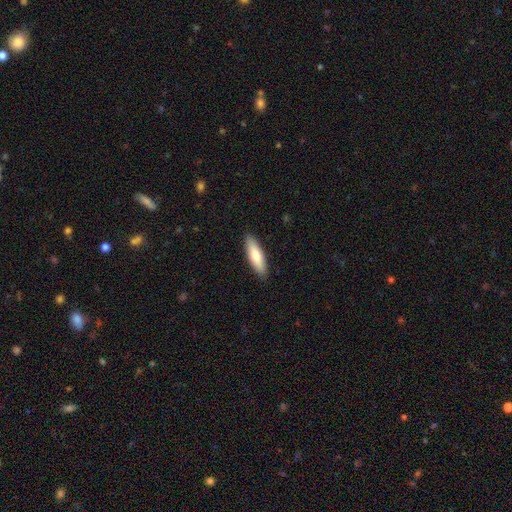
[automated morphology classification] Smooth or featured? smooth (73%)
How rounded? cigar-shaped (56%)
Merging? none (90%)